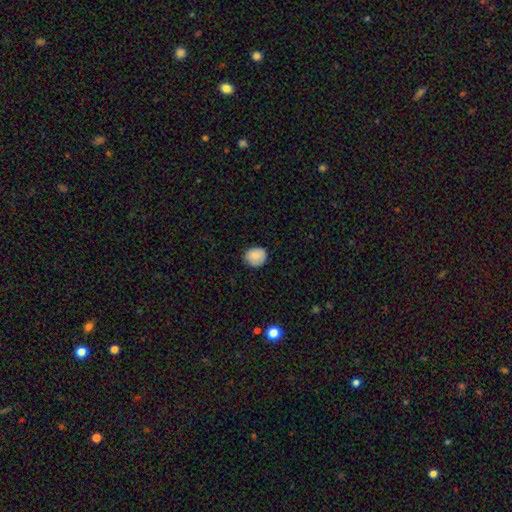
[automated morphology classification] This is clearly a smooth galaxy (86%). How rounded: clearly round (81%). Merging: clearly none (84%).